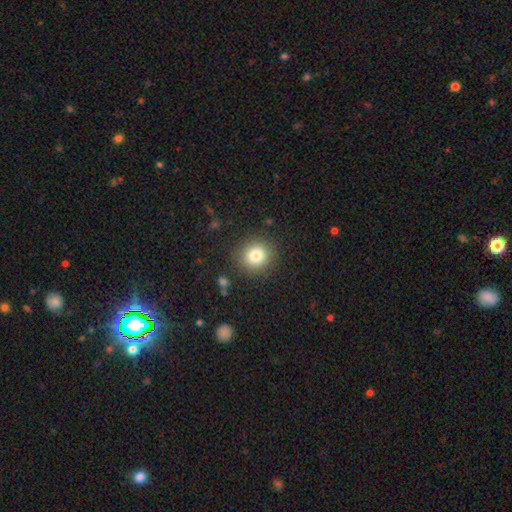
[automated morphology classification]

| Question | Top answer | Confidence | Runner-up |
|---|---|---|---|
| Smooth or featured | smooth | 81% | star or artifact (11%) |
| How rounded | round | 87% | in between (12%) |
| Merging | none | 87% | minor disturbance (8%) |